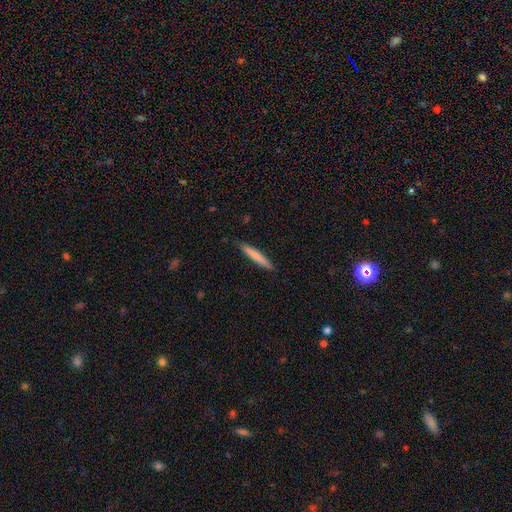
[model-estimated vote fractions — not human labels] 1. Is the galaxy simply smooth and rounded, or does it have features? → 75% smooth, 20% featured or disk, 5% star or artifact.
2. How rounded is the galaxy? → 95% cigar-shaped, 4% in between, 1% round.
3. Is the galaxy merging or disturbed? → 88% none, 9% minor disturbance, 2% major disturbance, 1% merger.